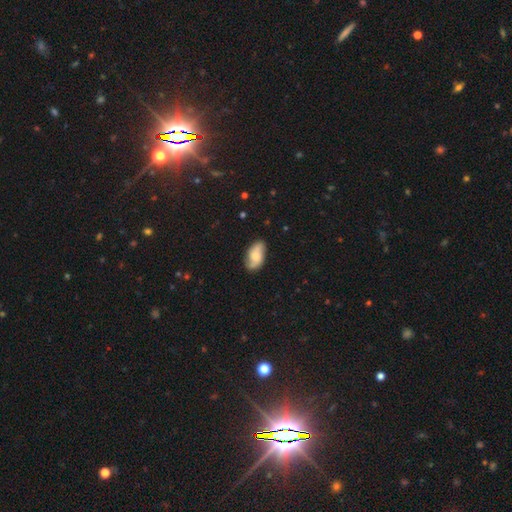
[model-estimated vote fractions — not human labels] smooth-or-featured: featured or disk: 52% | smooth: 41% | star or artifact: 8%
  disk-edge-on: no: 94% | yes: 6%
  merging: none: 76% | minor disturbance: 18% | major disturbance: 4% | merger: 2%